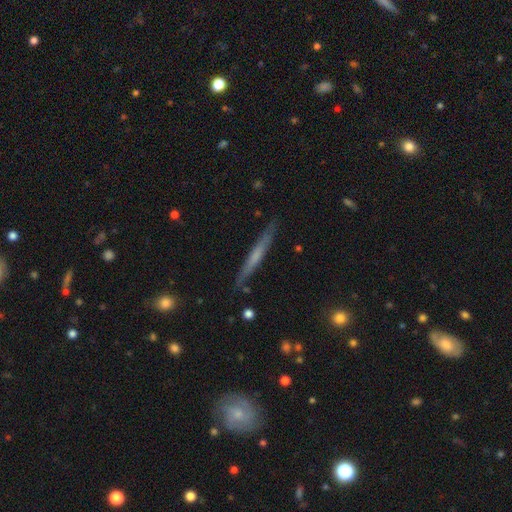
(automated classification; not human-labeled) A featured or disk galaxy (50%).

Vote fractions:
- Smooth or featured? featured or disk: 50% / smooth: 44% / star or artifact: 6%
- Merging? none: 87% / minor disturbance: 10% / major disturbance: 2% / merger: 2%